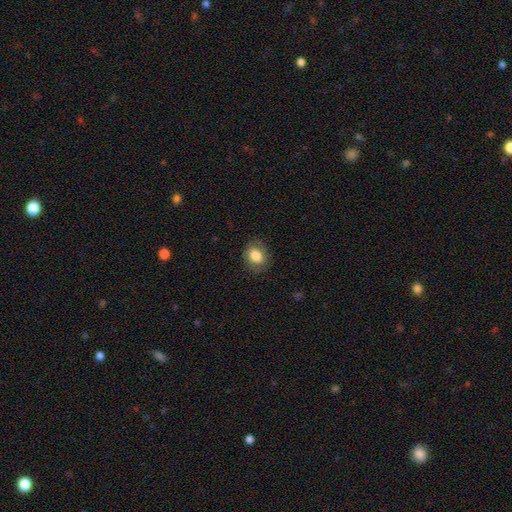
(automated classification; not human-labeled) Overall: smooth (80%). How rounded: in between (51%; round 48%). Merging: none (82%).